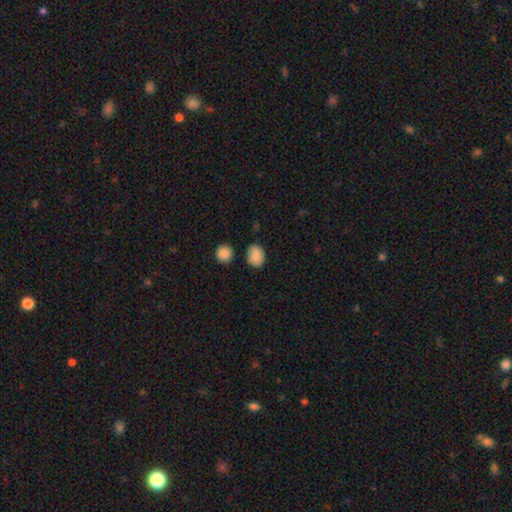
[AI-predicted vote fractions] Morphology: type=smooth (83%); roundness=in between (56%); merging=none (76%).